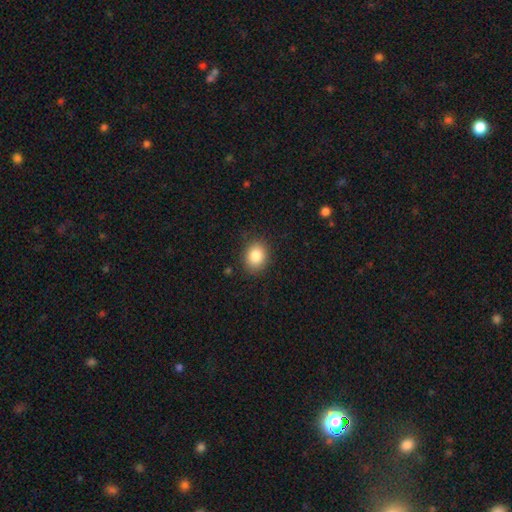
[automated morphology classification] This appears to be a smooth galaxy with no disk features (85%) that is in between round and cigar-shaped (50%). Merging: none (87%).